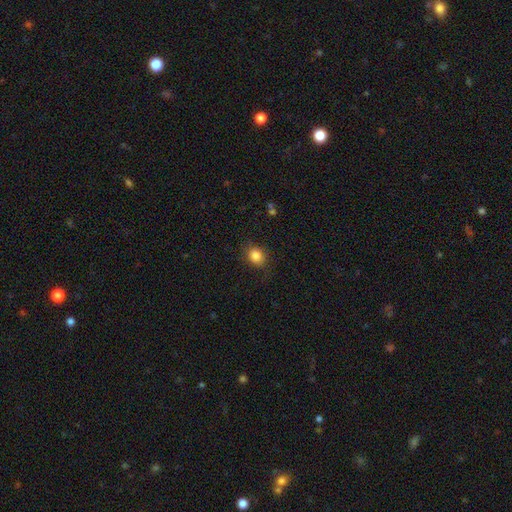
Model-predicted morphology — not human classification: This appears to be a smooth galaxy with no disk features (84%) that is round (60%). Merging: none (81%).